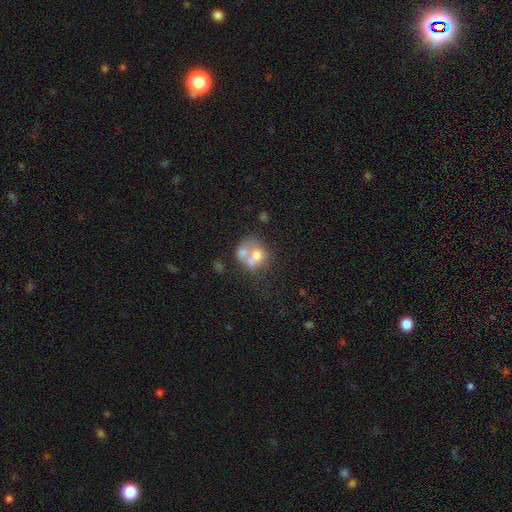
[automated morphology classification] Smooth or featured?
  - smooth: 56% *
  - featured or disk: 34%
  - star or artifact: 11%
How rounded?
  - round: 61% *
  - in between: 38%
  - cigar-shaped: 1%
Merging?
  - merger: 62% *
  - none: 22%
  - minor disturbance: 9%
  - major disturbance: 8%